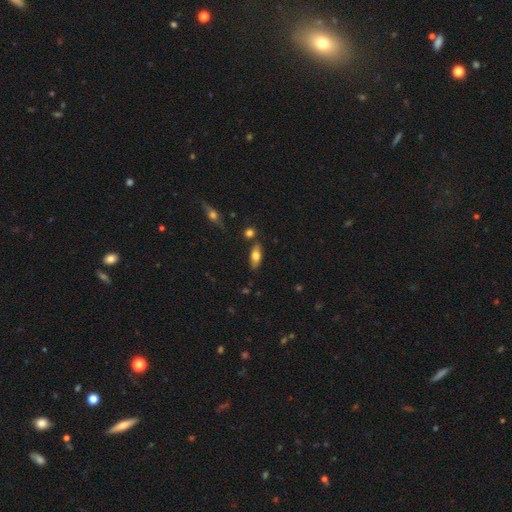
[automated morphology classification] type=smooth (67%); roundness=in between (77%); merging=none (79%).